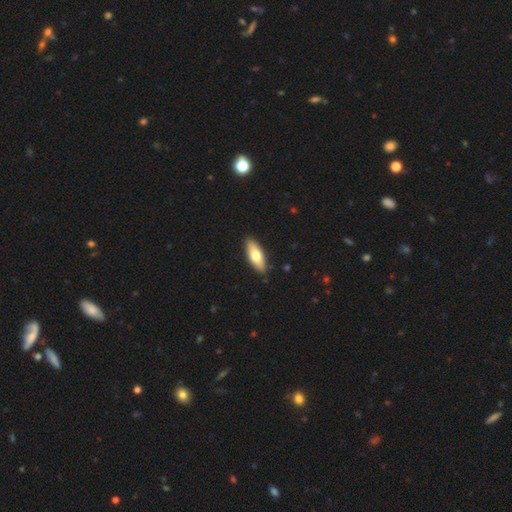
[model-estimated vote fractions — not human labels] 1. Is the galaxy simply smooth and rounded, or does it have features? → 67% smooth, 28% featured or disk, 5% star or artifact.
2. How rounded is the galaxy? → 66% in between, 32% cigar-shaped, 2% round.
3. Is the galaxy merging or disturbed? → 89% none, 8% minor disturbance, 2% major disturbance, 1% merger.